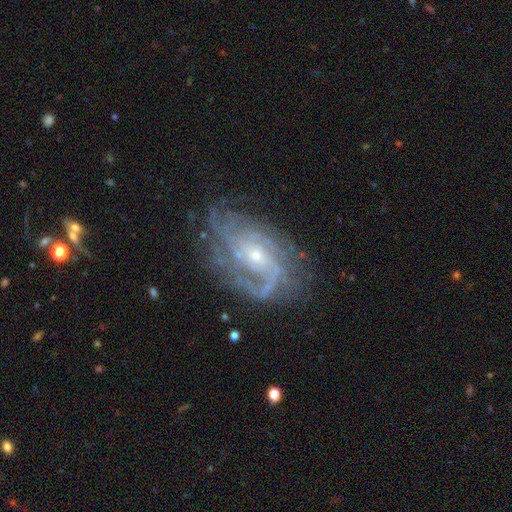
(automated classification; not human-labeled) Smooth or featured: featured or disk — 88% (star or artifact — 6%)
Edge-on disk: no — 96% (yes — 4%)
Bar: no — 67% (weak — 27%)
Spiral arms: yes — 97% (no — 3%)
Spiral winding: tight — 55% (medium — 34%)
Spiral arm count: can't tell — 30% (2 — 21%)
Bulge size: small — 64% (moderate — 32%)
Merging: none — 70% (minor disturbance — 19%)